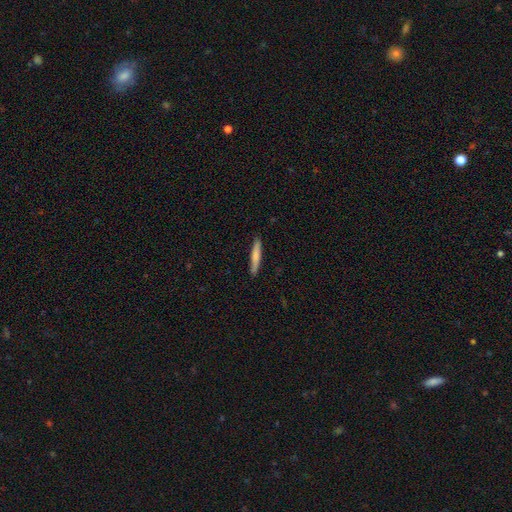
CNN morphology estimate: Smooth or featured? Predicted: smooth (p=0.69). How rounded? Predicted: cigar-shaped (p=0.93). Merging? Predicted: none (p=0.89).